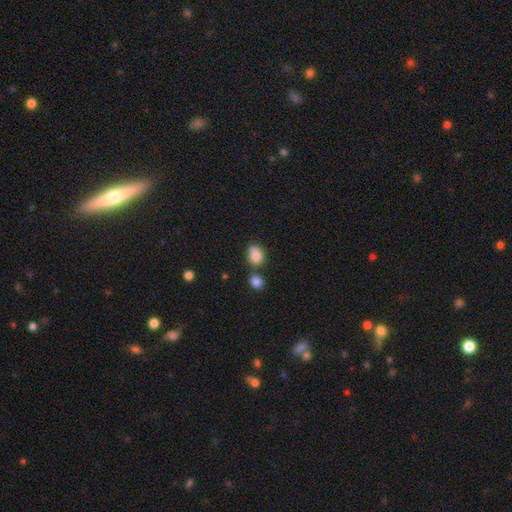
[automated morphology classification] A smooth galaxy with no disk features (82%) that is round (54%).

Vote fractions:
- Smooth or featured? smooth: 82% / star or artifact: 10% / featured or disk: 8%
- How rounded? round: 54% / in between: 45% / cigar-shaped: 1%
- Merging? none: 50% / merger: 28% / minor disturbance: 17% / major disturbance: 5%